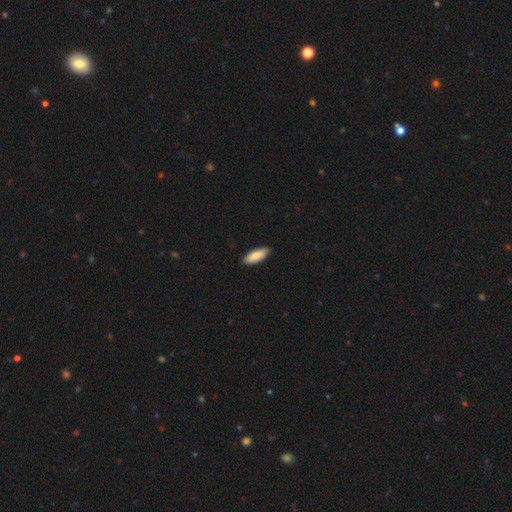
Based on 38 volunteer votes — smooth_or_featured: smooth (p=0.79) [alt: featured or disk p=0.18]
how_rounded: in between (p=0.80) [alt: cigar-shaped p=0.20]
merging: none (p=0.92) [alt: minor disturbance p=0.08]